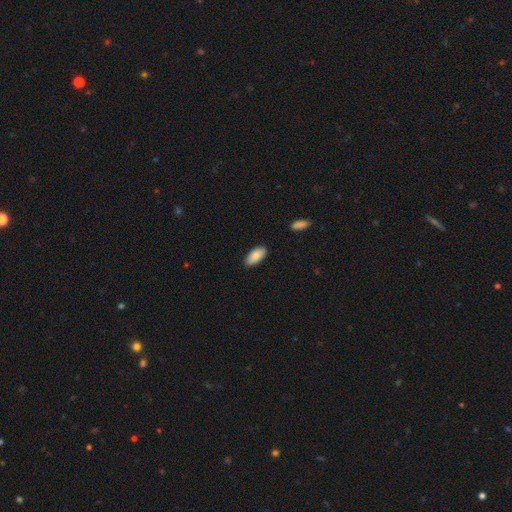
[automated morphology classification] smooth 85%, featured or disk 8%, star or artifact 6%. Down the decision tree: how rounded — in between (93%); merging — none (86%).